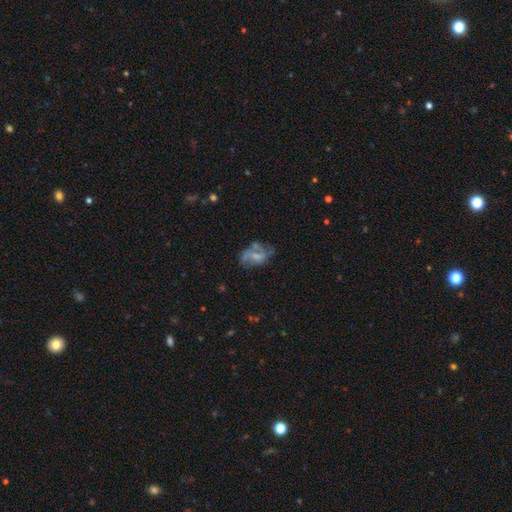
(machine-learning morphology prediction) This appears to be a featured or disk galaxy (60%) with no bar (45%), spiral arms (57%) and a small central bulge (35%). Merging: none (40%).